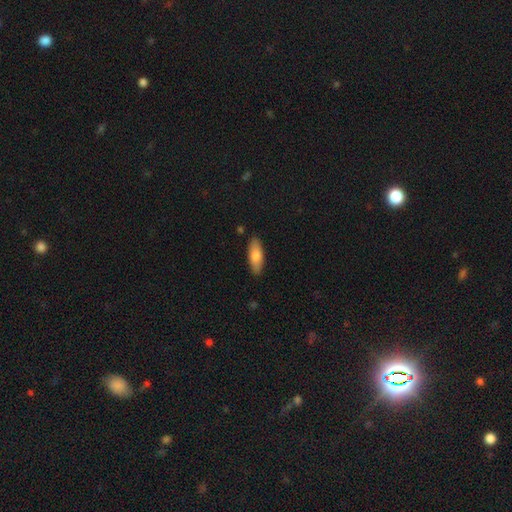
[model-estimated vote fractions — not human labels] A smooth galaxy with no disk features (78%) that is in between round and cigar-shaped (66%).

Vote fractions:
- Smooth or featured? smooth: 78% / featured or disk: 16% / star or artifact: 6%
- How rounded? in between: 66% / cigar-shaped: 32% / round: 2%
- Merging? none: 87% / minor disturbance: 10% / major disturbance: 2% / merger: 1%